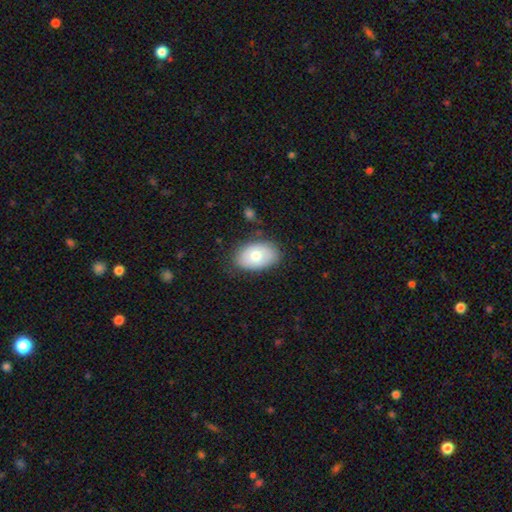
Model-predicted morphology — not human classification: Smooth or featured?
  - smooth: 72% *
  - featured or disk: 22%
  - star or artifact: 7%
How rounded?
  - in between: 88% *
  - round: 11%
  - cigar-shaped: 1%
Merging?
  - none: 81% *
  - minor disturbance: 14%
  - major disturbance: 3%
  - merger: 2%